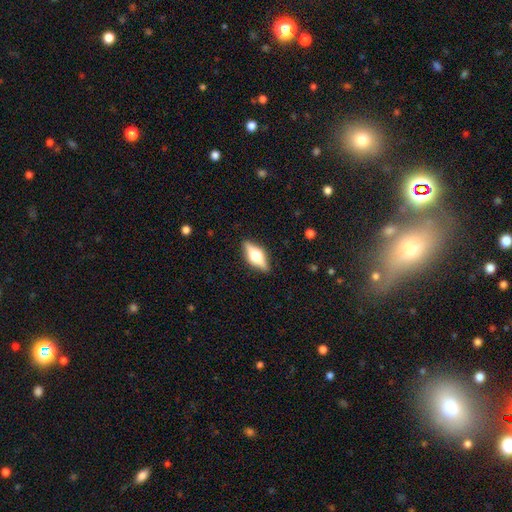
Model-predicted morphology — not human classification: This is likely a featured or disk galaxy (60%). It is clearly viewed edge-on (95%). Edge-on bulge: clearly rounded (94%). Merging: clearly none (89%).